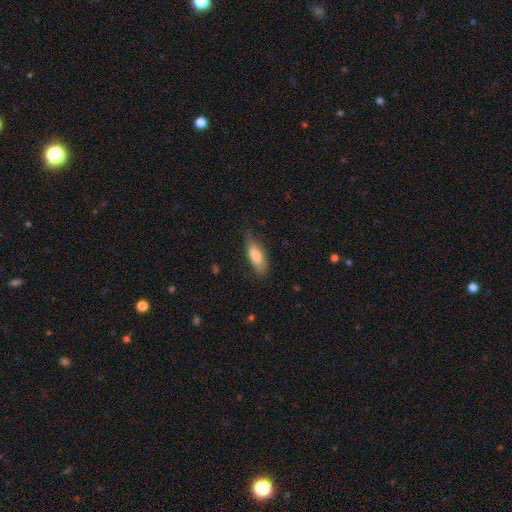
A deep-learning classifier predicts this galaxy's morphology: Overall: smooth (76%). How rounded: in between (70%). Merging: none (69%).